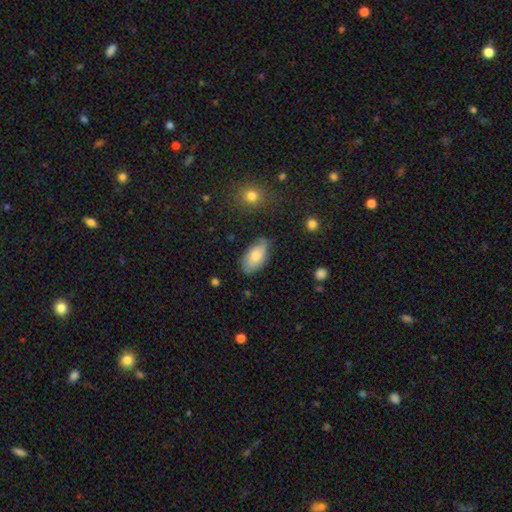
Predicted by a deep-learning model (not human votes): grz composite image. It shows a smooth galaxy with no disk features (71%) that is in between round and cigar-shaped (94%). Merging: none (71%).